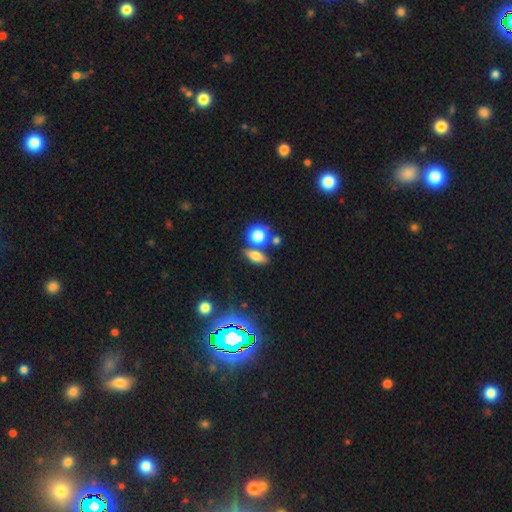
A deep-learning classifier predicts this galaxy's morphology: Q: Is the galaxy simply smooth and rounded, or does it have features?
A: smooth — 68%.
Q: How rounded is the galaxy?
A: in between — 54%.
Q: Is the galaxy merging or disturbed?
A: none — 68%.